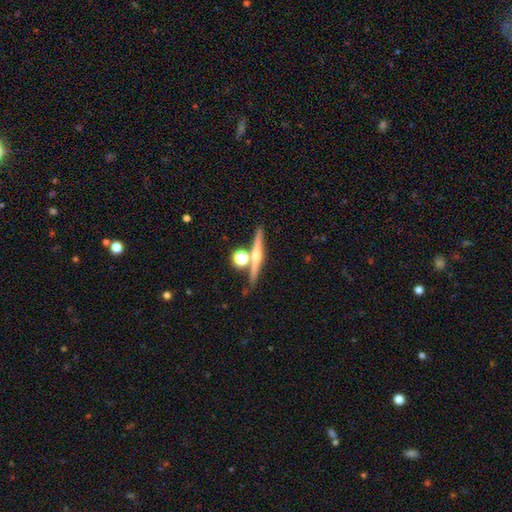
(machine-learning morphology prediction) Q: Smooth or featured?
A: featured or disk (69%); runner-up: smooth (22%)
Q: Edge-on disk?
A: yes (96%); runner-up: no (4%)
Q: Edge-on bulge?
A: rounded (83%); runner-up: none (12%)
Q: Merging?
A: none (75%); runner-up: merger (13%)